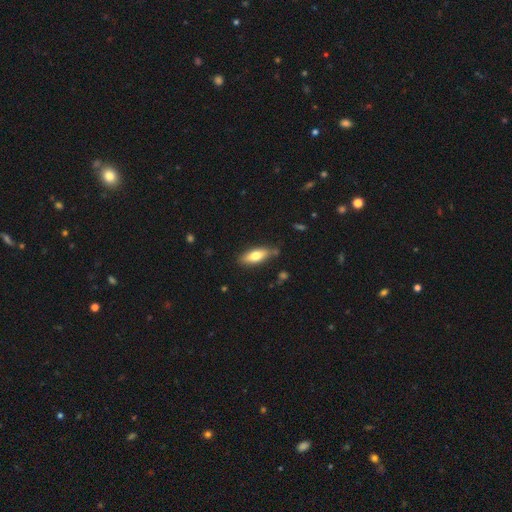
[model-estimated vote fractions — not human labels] Smooth or featured?
  - smooth: 70% *
  - featured or disk: 24%
  - star or artifact: 6%
How rounded?
  - in between: 68% *
  - cigar-shaped: 30%
  - round: 2%
Merging?
  - none: 78% *
  - minor disturbance: 16%
  - merger: 3%
  - major disturbance: 3%